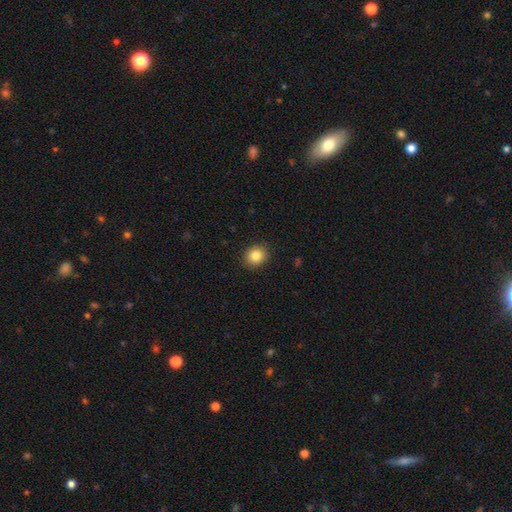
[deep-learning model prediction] Smooth or featured?
  - smooth: 85% *
  - star or artifact: 10%
  - featured or disk: 6%
How rounded?
  - round: 70% *
  - in between: 29%
  - cigar-shaped: 1%
Merging?
  - none: 90% *
  - minor disturbance: 7%
  - major disturbance: 2%
  - merger: 1%